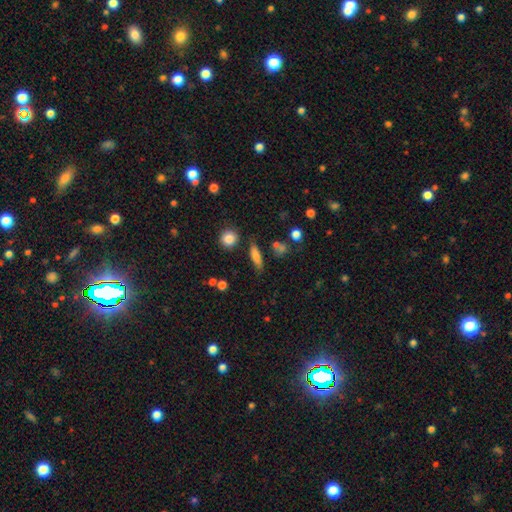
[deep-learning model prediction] smooth 71%, featured or disk 19%, star or artifact 10%. Down the decision tree: how rounded — cigar-shaped (49%); merging — none (73%).